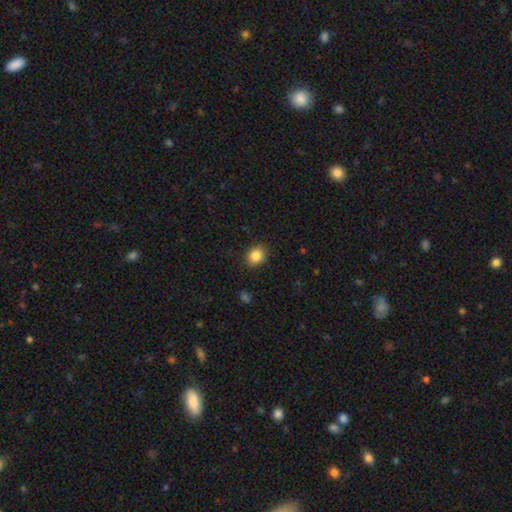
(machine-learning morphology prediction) smooth-or-featured: smooth: 85% | star or artifact: 10% | featured or disk: 6%
  how-rounded: round: 55% | in between: 44% | cigar-shaped: 1%
  merging: none: 88% | minor disturbance: 9% | major disturbance: 2% | merger: 1%